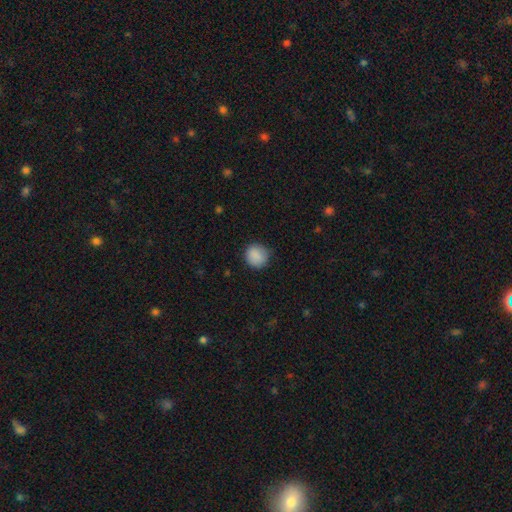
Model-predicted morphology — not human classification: A smooth galaxy with no disk features (89%) that is round (87%). Merging: none (85%).